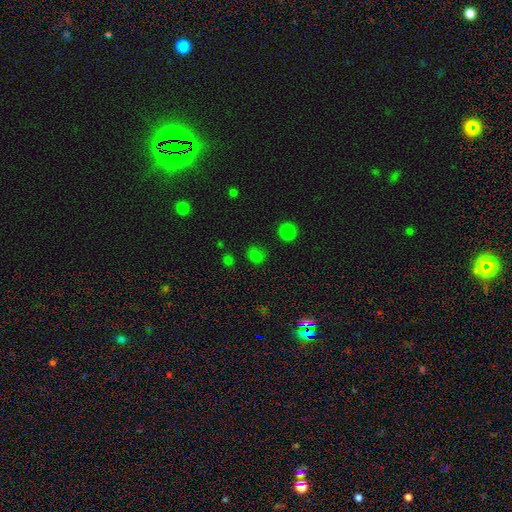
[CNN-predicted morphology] Smooth or featured? Predicted: smooth (p=0.68). How rounded? Predicted: round (p=0.73). Merging? Predicted: none (p=0.82).